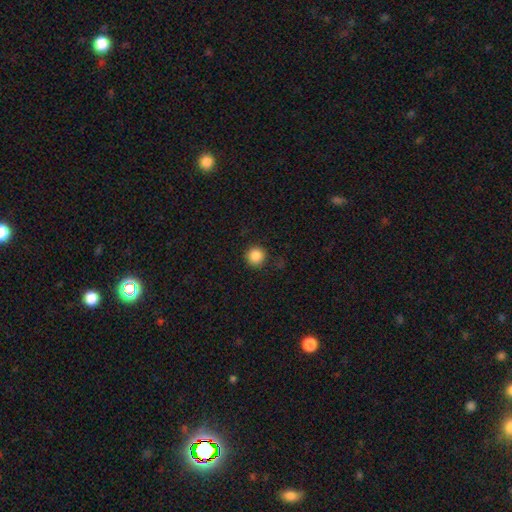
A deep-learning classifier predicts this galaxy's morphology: This is clearly a smooth galaxy (86%). How rounded: clearly round (95%). Merging: clearly none (91%).